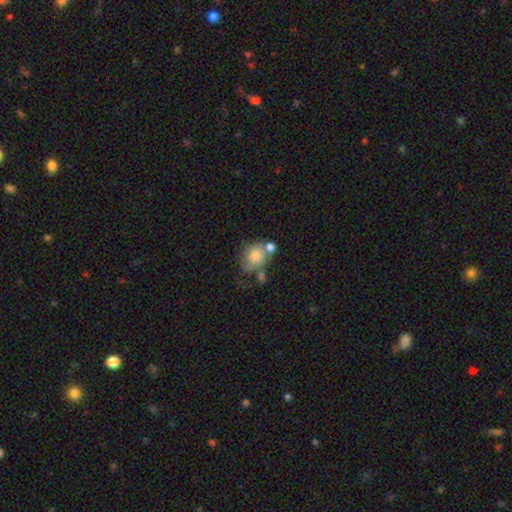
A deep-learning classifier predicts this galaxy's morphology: Smooth or featured: smooth — 73% (featured or disk — 19%)
How rounded: round — 58% (in between — 41%)
Merging: none — 35% (merger — 32%)